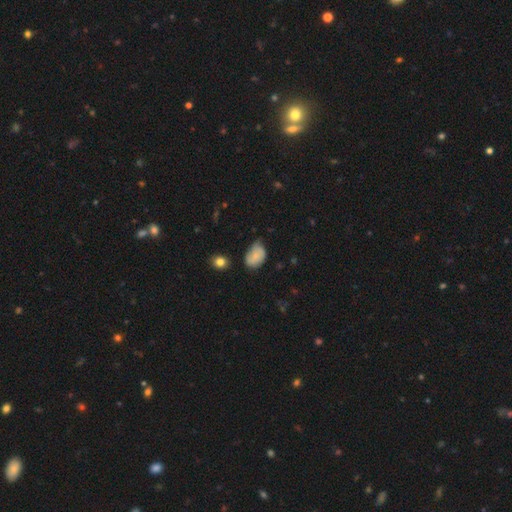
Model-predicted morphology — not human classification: Overall: smooth (73%). How rounded: in between (80%). Merging: minor disturbance (46%; none 41%).